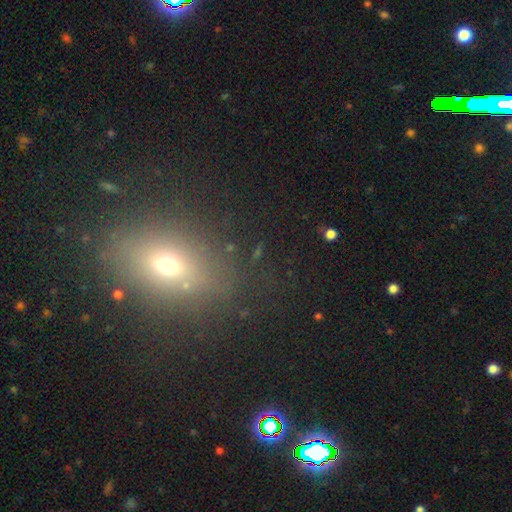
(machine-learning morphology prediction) smooth_or_featured: smooth (p=0.47) [alt: star or artifact p=0.37]
merging: none (p=0.79) [alt: minor disturbance p=0.11]